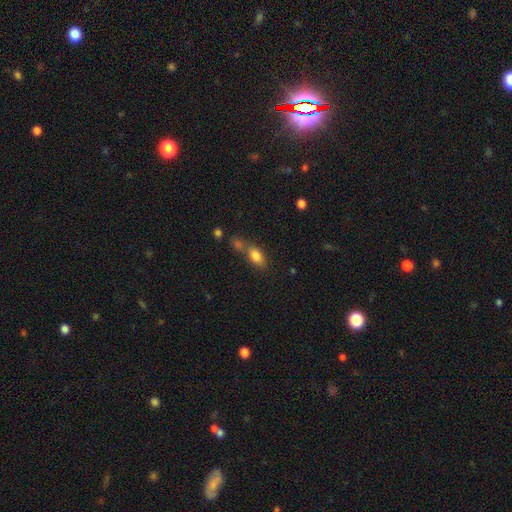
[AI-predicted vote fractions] This appears to be a smooth galaxy with no disk features (81%) that is in between round and cigar-shaped (85%). Merging: none (42%).